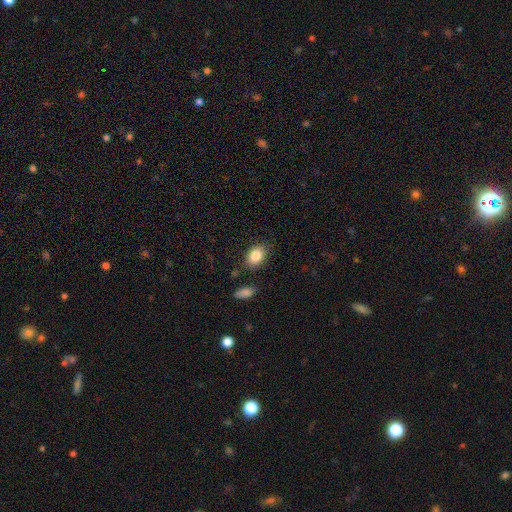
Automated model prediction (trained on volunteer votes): A smooth galaxy with no disk features (86%) that is in between round and cigar-shaped (77%). Merging: none (79%).